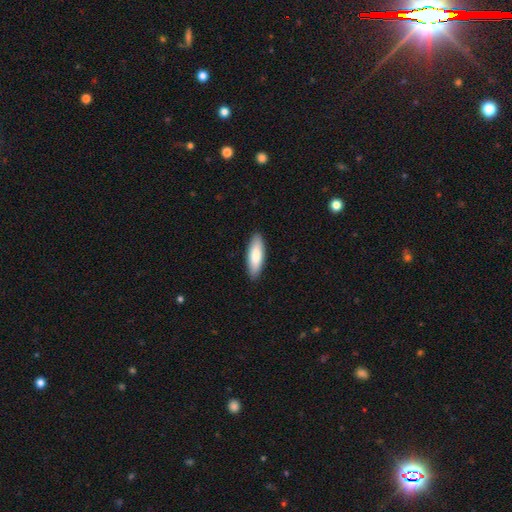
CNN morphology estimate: Smooth or featured? Predicted: smooth (p=0.84). How rounded? Predicted: in between (p=0.54). Merging? Predicted: none (p=0.90).